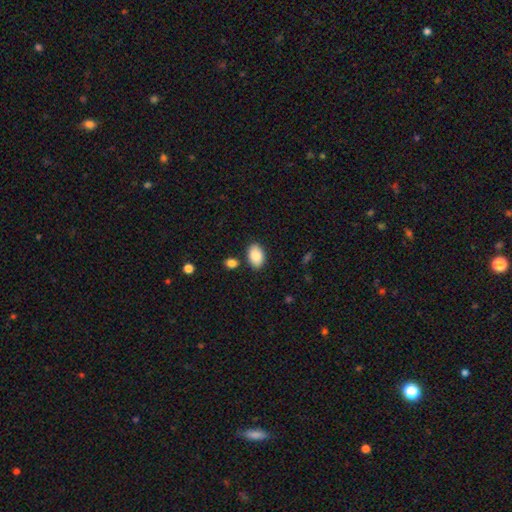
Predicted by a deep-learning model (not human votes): This is clearly a smooth galaxy (88%). How rounded: clearly in between (90%). Merging: clearly none (83%).